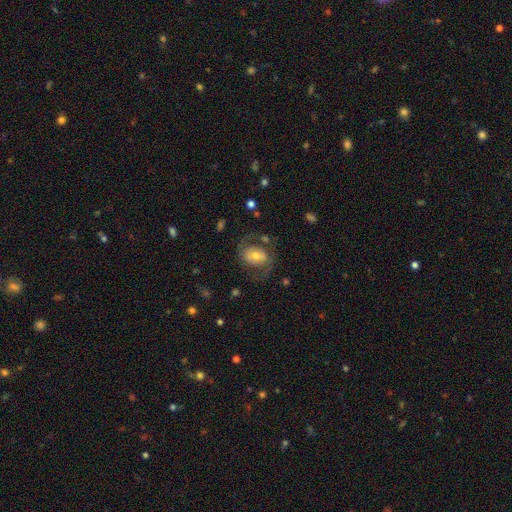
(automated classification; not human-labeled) featured or disk 65%, smooth 27%, star or artifact 8%. Down the decision tree: edge-on disk — no (96%); bar — no (45%); spiral arms — yes (83%); spiral arm count — 2 (87%); spiral winding — medium (50%); bulge size — moderate (54%); merging — none (66%).